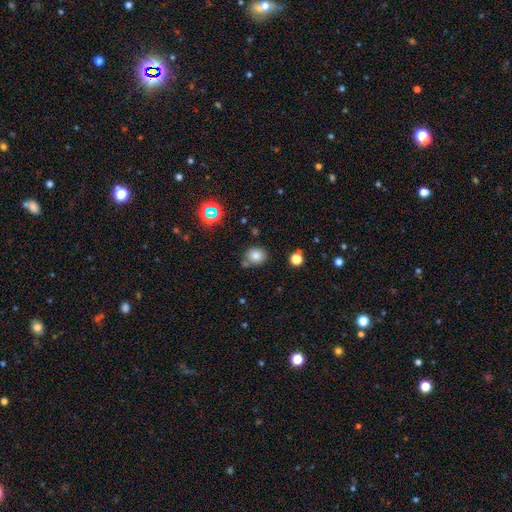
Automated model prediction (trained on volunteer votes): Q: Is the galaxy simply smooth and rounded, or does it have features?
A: smooth — 78%.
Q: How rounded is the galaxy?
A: round — 78%.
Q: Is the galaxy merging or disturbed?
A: none — 72%.